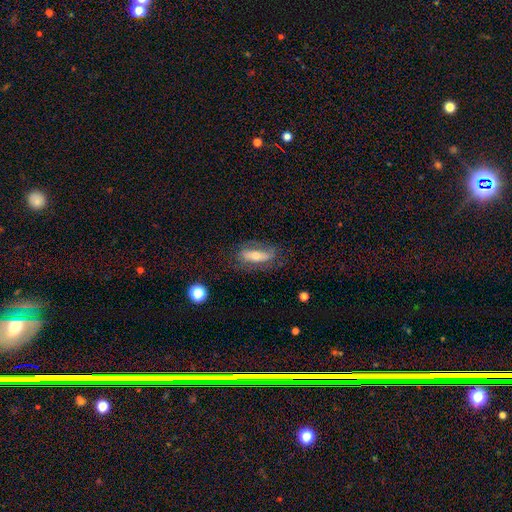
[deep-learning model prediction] Smooth or featured?
  - featured or disk: 52% *
  - smooth: 40%
  - star or artifact: 8%
Edge-on disk?
  - no: 74% *
  - yes: 26%
Merging?
  - none: 65% *
  - minor disturbance: 20%
  - major disturbance: 13%
  - merger: 2%